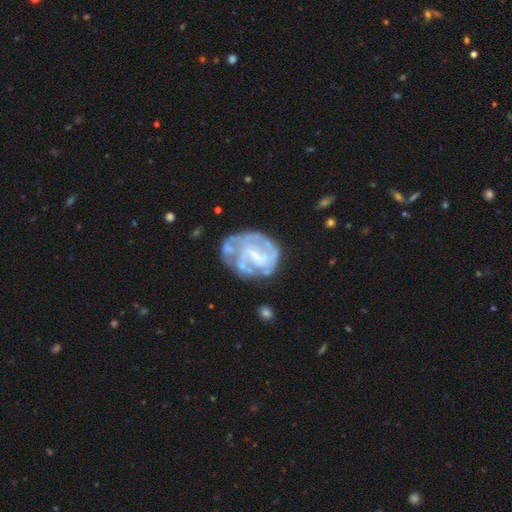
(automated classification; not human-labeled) A featured or disk galaxy (80%) with a weak bar (48%), tight (47%) spiral arms (76%) and a small central bulge (56%). Merging: none (50%).